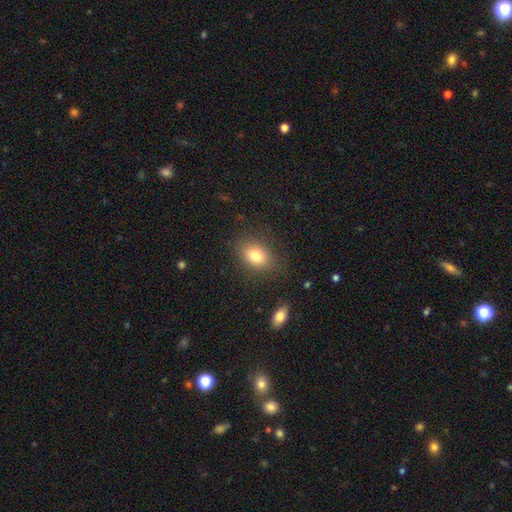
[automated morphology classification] A smooth galaxy with no disk features (80%) that is in between round and cigar-shaped (70%).

Vote fractions:
- Smooth or featured? smooth: 80% / star or artifact: 10% / featured or disk: 10%
- How rounded? in between: 70% / round: 28% / cigar-shaped: 1%
- Merging? none: 81% / minor disturbance: 13% / major disturbance: 5% / merger: 2%